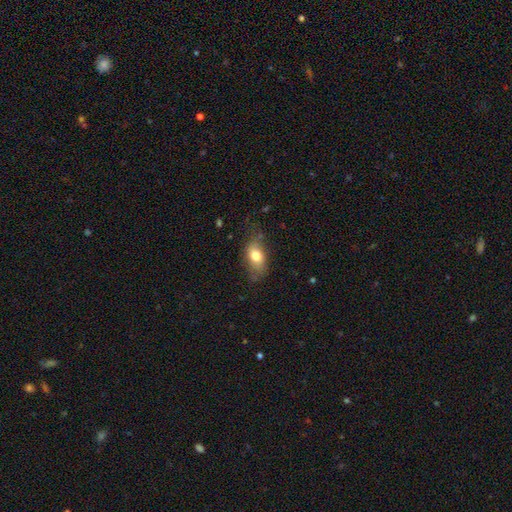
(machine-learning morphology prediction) Overall: smooth (76%). How rounded: in between (86%). Merging: none (63%; minor disturbance 27%).